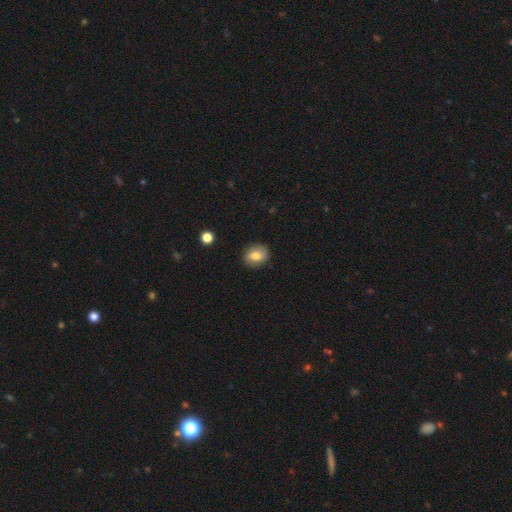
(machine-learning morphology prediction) The model was most divided on "how rounded": in between: 50%, round: 49%, cigar-shaped: 1%. More confident: merging — none (86%); smooth or featured — smooth (78%).